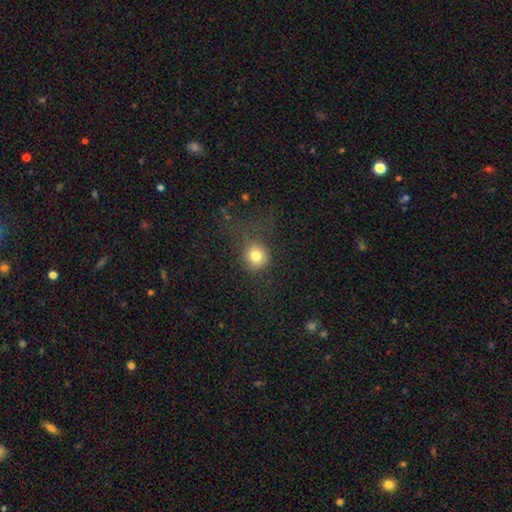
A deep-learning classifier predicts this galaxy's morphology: smooth_or_featured: smooth (p=0.79) [alt: star or artifact p=0.13]
how_rounded: round (p=0.91) [alt: in between p=0.08]
merging: none (p=0.66) [alt: major disturbance p=0.16]